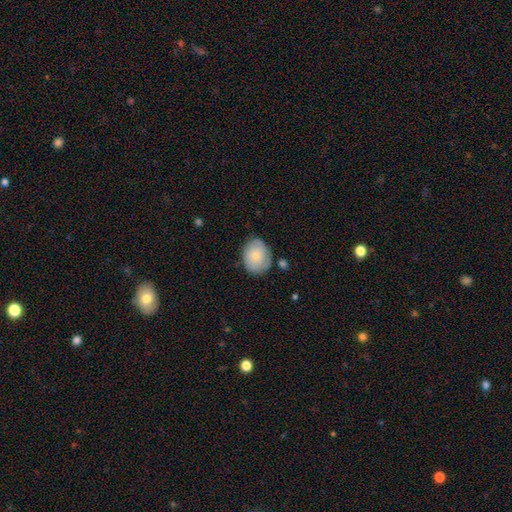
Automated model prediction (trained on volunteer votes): Smooth or featured? Predicted: smooth (p=0.74). How rounded? Predicted: in between (p=0.57). Merging? Predicted: none (p=0.71).